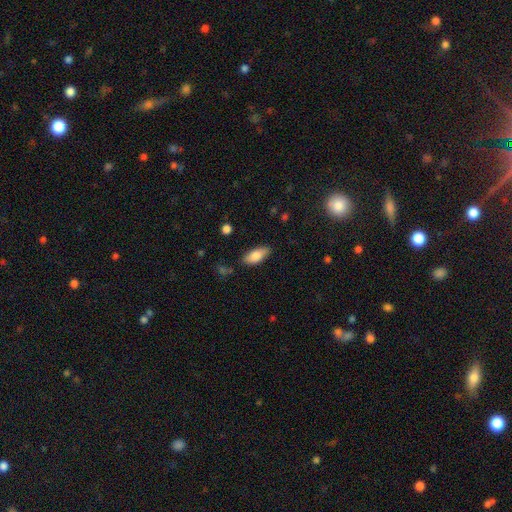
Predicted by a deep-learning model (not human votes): This appears to be a smooth galaxy with no disk features (80%) that is in between round and cigar-shaped (84%). Merging: none (81%).